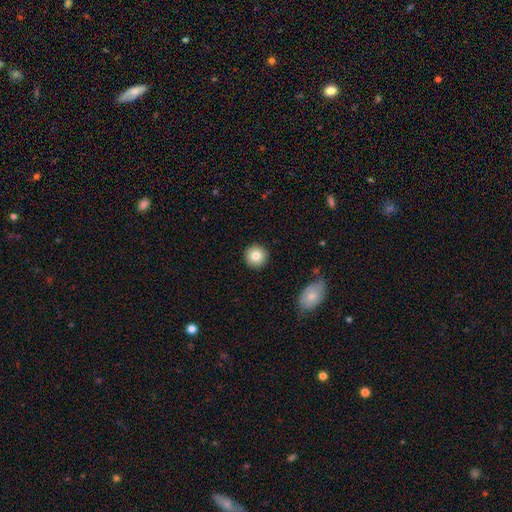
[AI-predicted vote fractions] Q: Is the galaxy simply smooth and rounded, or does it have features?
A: smooth — 83%.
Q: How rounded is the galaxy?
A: round — 95%.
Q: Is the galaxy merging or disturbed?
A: none — 91%.